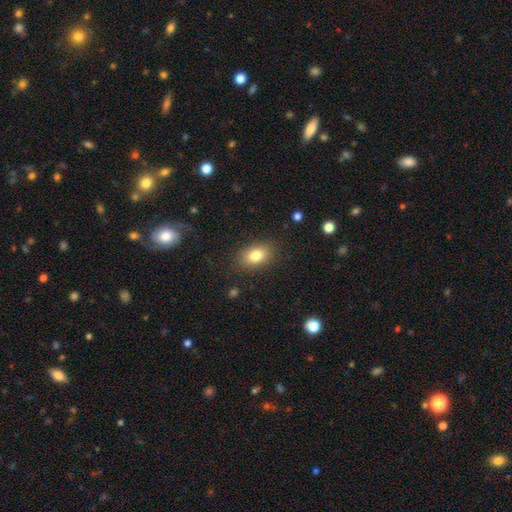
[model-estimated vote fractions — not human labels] Morphology: type=smooth (81%); roundness=in between (82%); merging=none (85%).